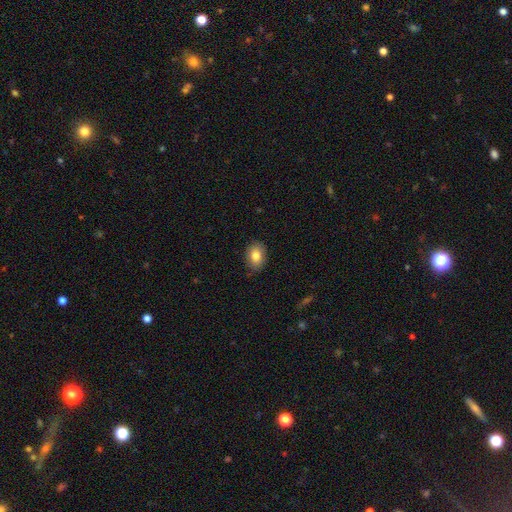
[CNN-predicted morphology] This appears to be a smooth galaxy with no disk features (81%) that is in between round and cigar-shaped (78%). Merging: none (84%).